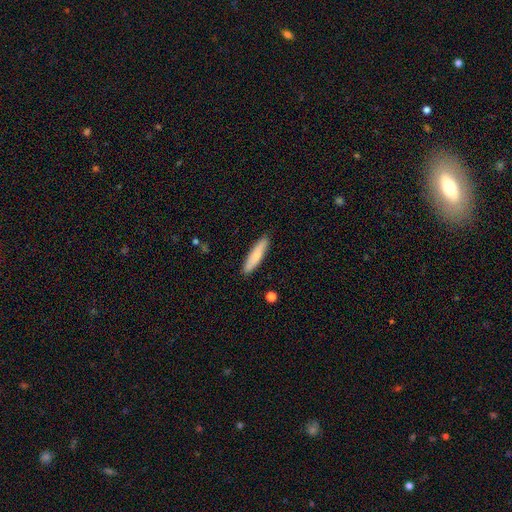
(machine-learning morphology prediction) A smooth galaxy with no disk features (76%) that is cigar-shaped (81%). Merging: none (89%).